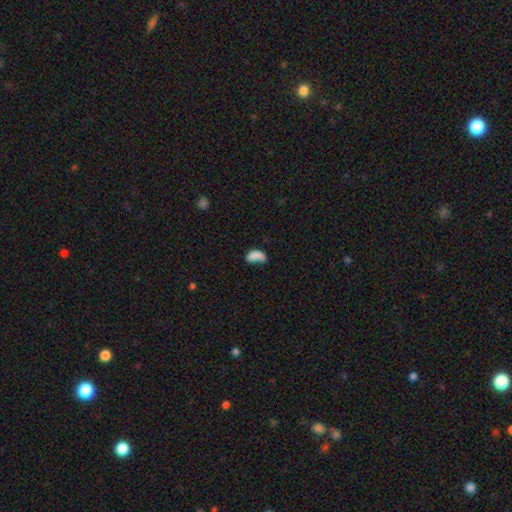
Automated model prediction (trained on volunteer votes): smooth 71%, featured or disk 19%, star or artifact 10%. Down the decision tree: how rounded — in between (88%); merging — major disturbance (31%).